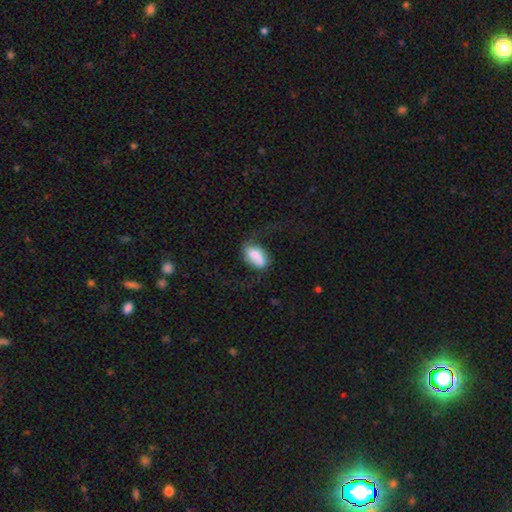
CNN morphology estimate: smooth_or_featured: smooth (p=0.65) [alt: featured or disk p=0.26]
how_rounded: in between (p=0.90) [alt: round p=0.07]
merging: none (p=0.42) [alt: minor disturbance p=0.28]